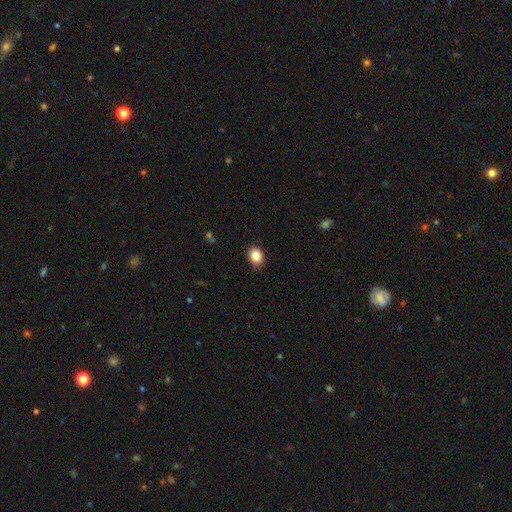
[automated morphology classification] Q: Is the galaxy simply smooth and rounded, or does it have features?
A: smooth — 87%.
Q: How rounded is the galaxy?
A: in between — 58%.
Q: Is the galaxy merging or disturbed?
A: none — 85%.